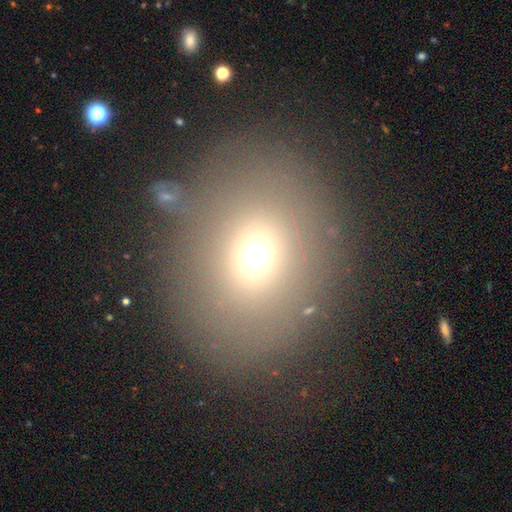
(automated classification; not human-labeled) This is likely a smooth galaxy (68%). How rounded: likely round (65%). Merging: likely none (74%).